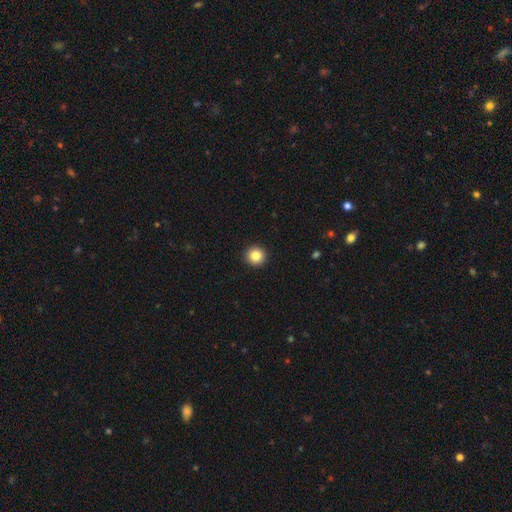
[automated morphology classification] This appears to be a smooth galaxy with no disk features (84%) that is round (95%). Merging: none (93%).